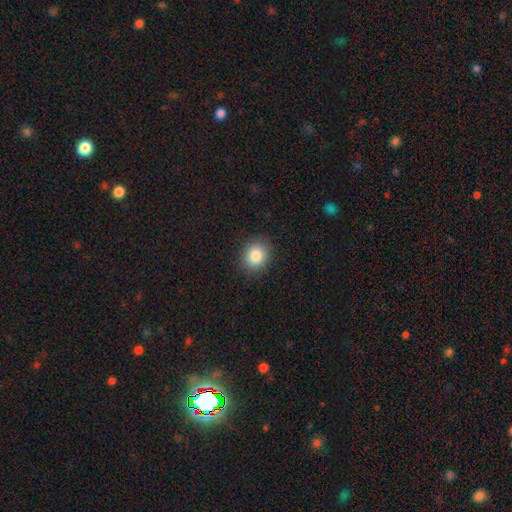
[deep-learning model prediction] Smooth or featured? smooth (84%)
How rounded? round (67%)
Merging? none (89%)